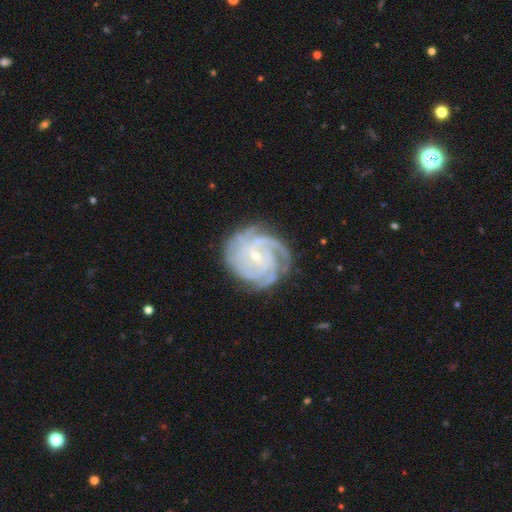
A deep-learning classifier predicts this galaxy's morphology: Q: Smooth or featured?
A: featured or disk (90%); runner-up: star or artifact (5%)
Q: Edge-on disk?
A: no (98%); runner-up: yes (2%)
Q: Bar?
A: no (63%); runner-up: weak (28%)
Q: Spiral arms?
A: yes (98%); runner-up: no (2%)
Q: Spiral winding?
A: tight (77%); runner-up: medium (20%)
Q: Spiral arm count?
A: 4 (39%); runner-up: 3 (24%)
Q: Bulge size?
A: small (80%); runner-up: moderate (17%)
Q: Merging?
A: none (77%); runner-up: minor disturbance (17%)